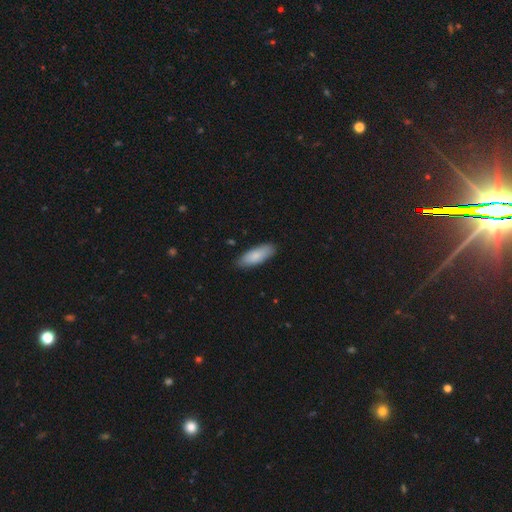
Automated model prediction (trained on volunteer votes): A smooth galaxy with no disk features (83%) that is in between round and cigar-shaped (74%). Merging: none (85%).